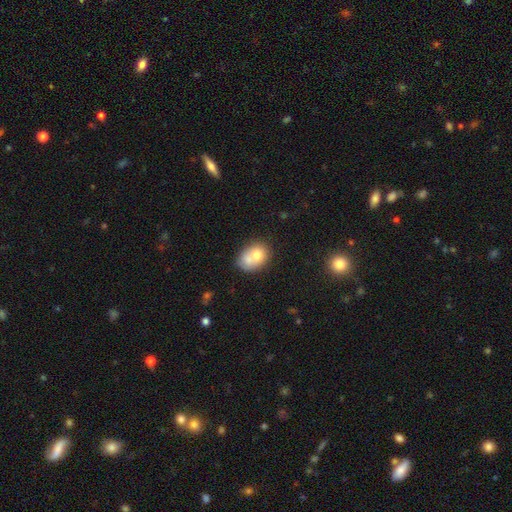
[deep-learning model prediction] Morphology: type=smooth (69%); roundness=in between (55%); merging=merger (51%).